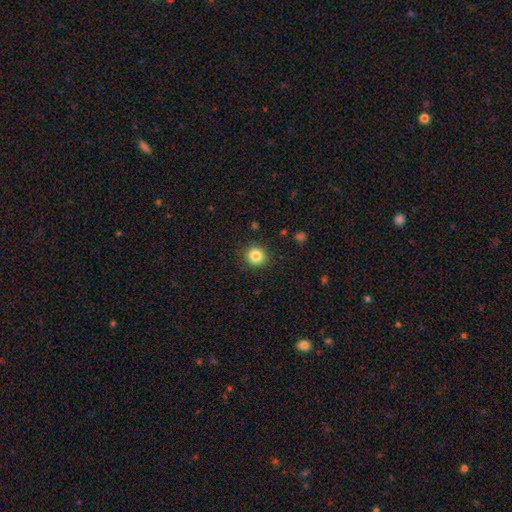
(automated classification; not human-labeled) Smooth or featured? Predicted: smooth (p=0.85). How rounded? Predicted: round (p=0.92). Merging? Predicted: none (p=0.90).